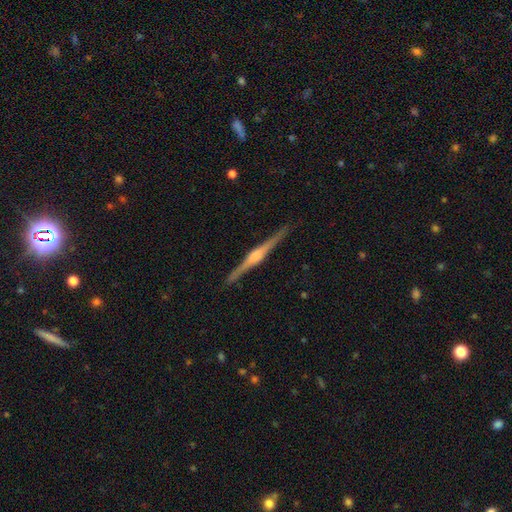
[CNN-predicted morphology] This is clearly a featured or disk galaxy (84%). It is clearly viewed edge-on (98%). Edge-on bulge: likely rounded (75%). Merging: clearly none (91%).